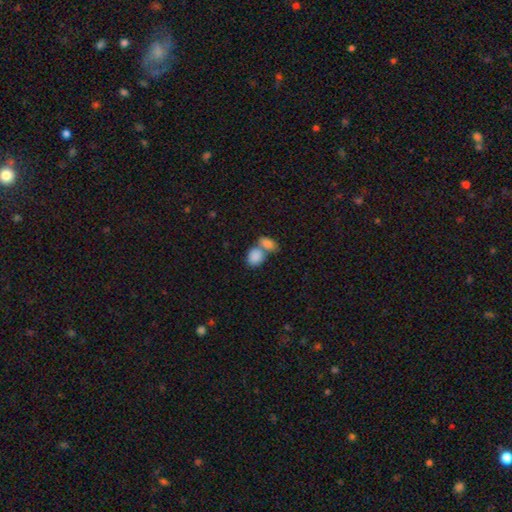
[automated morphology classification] A smooth galaxy with no disk features (86%) that is in between round and cigar-shaped (60%). Merging: merger (61%).